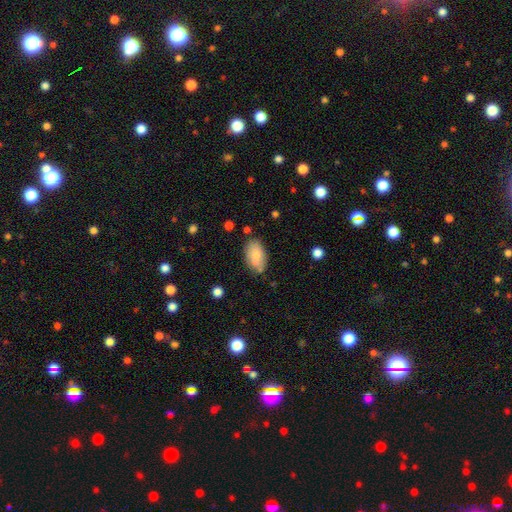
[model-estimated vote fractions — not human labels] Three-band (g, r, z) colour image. It shows a smooth galaxy with no disk features (76%) that is in between round and cigar-shaped (93%). Merging: none (70%).